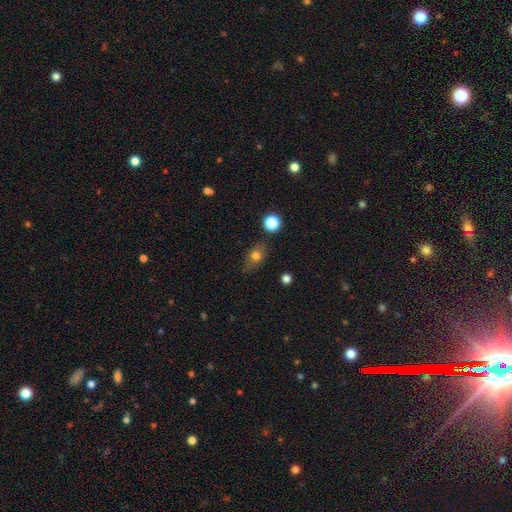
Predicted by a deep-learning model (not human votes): Smooth or featured?
  - smooth: 72% *
  - featured or disk: 16%
  - star or artifact: 11%
How rounded?
  - in between: 70% *
  - round: 26%
  - cigar-shaped: 4%
Merging?
  - none: 76% *
  - minor disturbance: 16%
  - major disturbance: 4%
  - merger: 3%